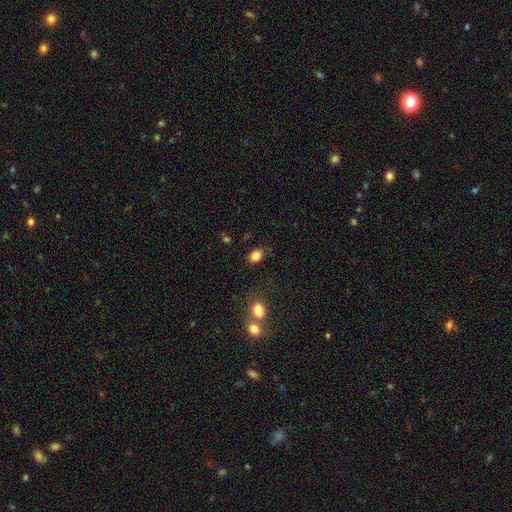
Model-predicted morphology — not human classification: A smooth galaxy with no disk features (84%) that is in between round and cigar-shaped (64%). Merging: none (80%).